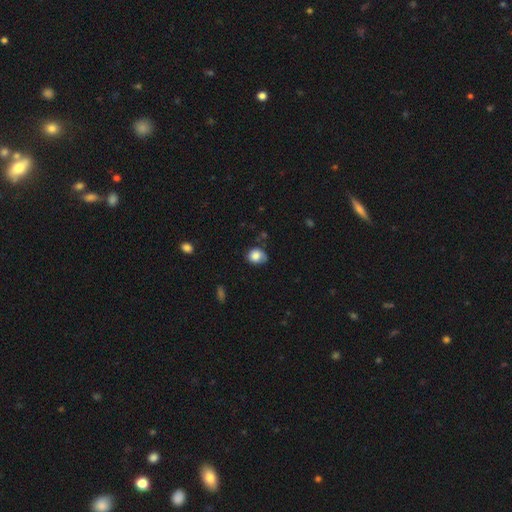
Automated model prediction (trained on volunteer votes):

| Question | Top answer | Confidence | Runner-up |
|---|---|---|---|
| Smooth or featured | smooth | 80% | featured or disk (11%) |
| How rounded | round | 62% | in between (37%) |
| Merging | none | 54% | minor disturbance (34%) |